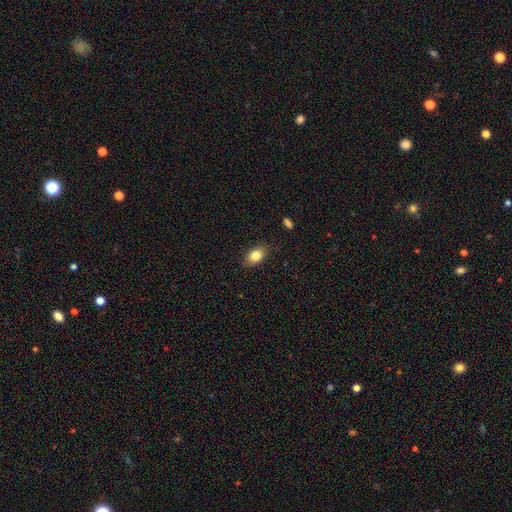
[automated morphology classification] The model was most divided on "how rounded": in between: 84%, round: 14%, cigar-shaped: 2%. More confident: merging — none (84%); smooth or featured — smooth (83%).